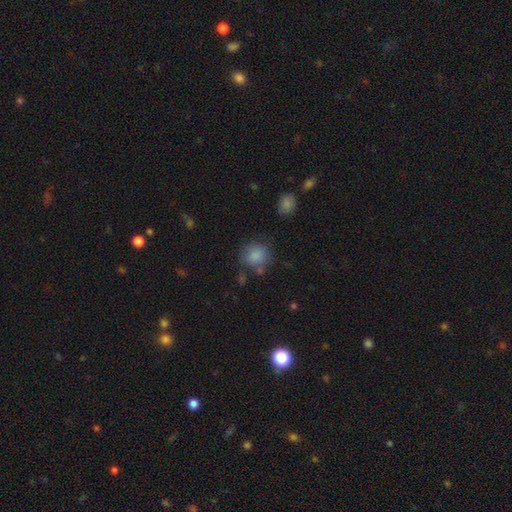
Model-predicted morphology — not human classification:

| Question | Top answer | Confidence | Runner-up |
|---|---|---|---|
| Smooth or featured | smooth | 84% | star or artifact (9%) |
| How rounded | round | 83% | in between (16%) |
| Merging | none | 67% | minor disturbance (18%) |